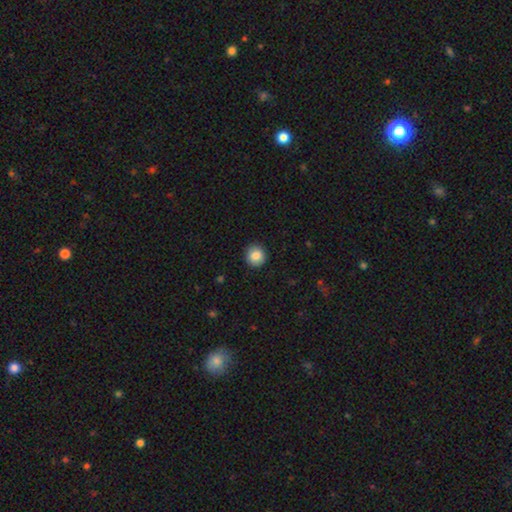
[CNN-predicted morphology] type=smooth (86%); roundness=round (91%); merging=none (91%).